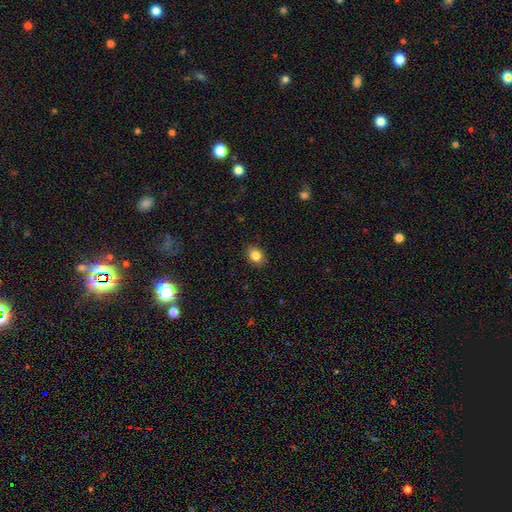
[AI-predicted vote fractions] smooth 85%, star or artifact 10%, featured or disk 6%. Down the decision tree: how rounded — in between (60%); merging — none (88%).